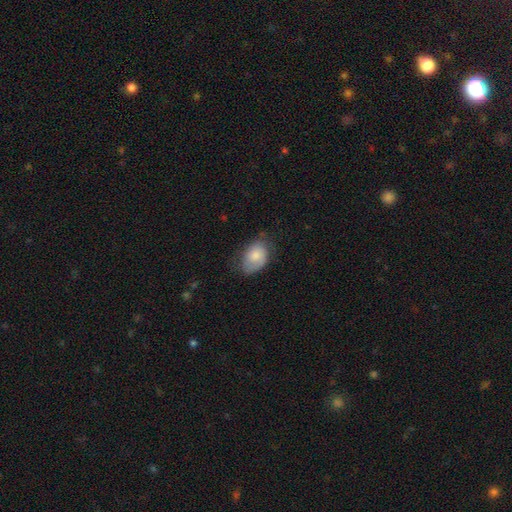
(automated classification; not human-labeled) A smooth galaxy with no disk features (75%) that is in between round and cigar-shaped (84%). Merging: none (59%).